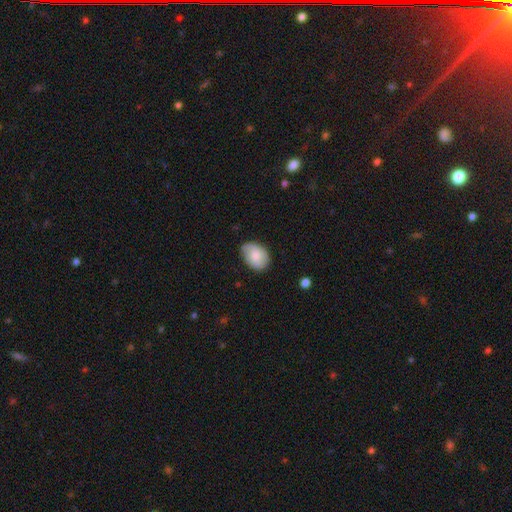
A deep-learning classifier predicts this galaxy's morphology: Smooth or featured? Predicted: smooth (p=0.74). How rounded? Predicted: in between (p=0.78). Merging? Predicted: none (p=0.67).